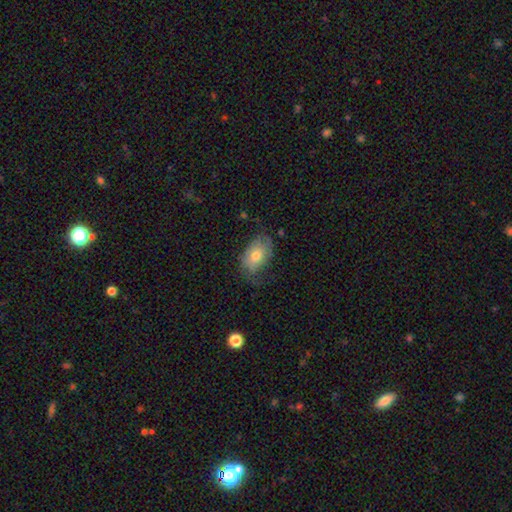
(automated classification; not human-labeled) Morphology: type=smooth (60%); roundness=in between (87%); merging=none (53%).